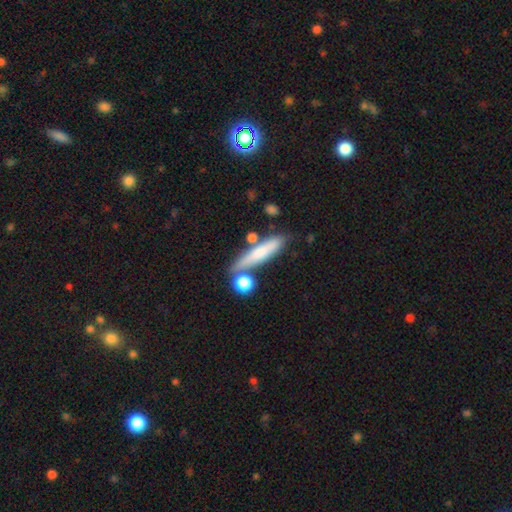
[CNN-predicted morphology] A smooth galaxy with no disk features (62%) that is cigar-shaped (83%).

Vote fractions:
- Smooth or featured? smooth: 62% / featured or disk: 30% / star or artifact: 8%
- How rounded? cigar-shaped: 83% / in between: 13% / round: 3%
- Merging? none: 69% / minor disturbance: 15% / merger: 12% / major disturbance: 5%